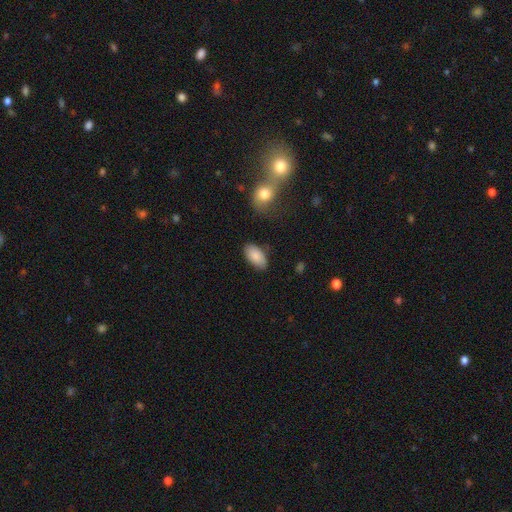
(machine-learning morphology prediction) Overall: smooth (87%). How rounded: in between (95%). Merging: none (81%).